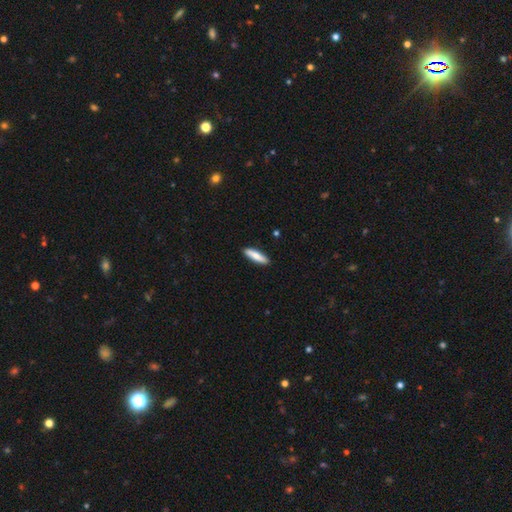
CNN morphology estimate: A smooth galaxy with no disk features (76%) that is cigar-shaped (75%).

Vote fractions:
- Smooth or featured? smooth: 76% / featured or disk: 18% / star or artifact: 5%
- How rounded? cigar-shaped: 75% / in between: 23% / round: 2%
- Merging? none: 90% / minor disturbance: 7% / major disturbance: 1% / merger: 1%